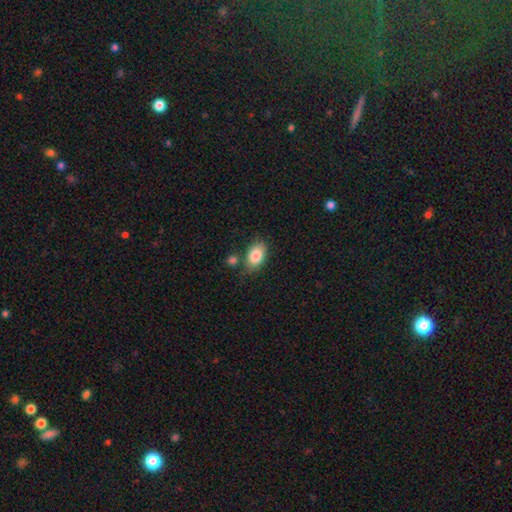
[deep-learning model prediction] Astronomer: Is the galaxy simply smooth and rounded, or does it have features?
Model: smooth — 84%.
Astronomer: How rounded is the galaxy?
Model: in between — 88%.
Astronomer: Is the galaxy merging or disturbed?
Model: none — 70%.